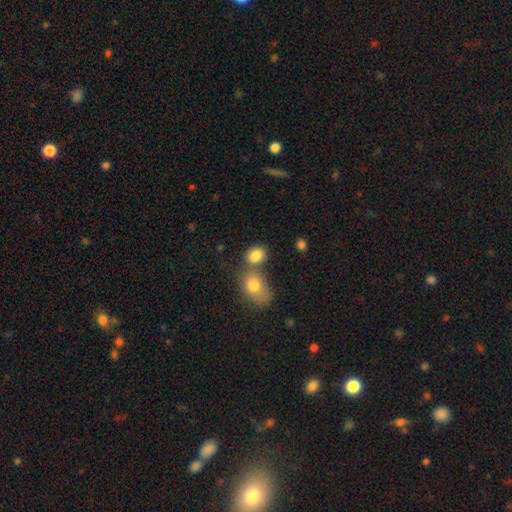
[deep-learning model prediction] This appears to be a smooth galaxy with no disk features (83%) that is in between round and cigar-shaped (64%). Merging: none (47%).